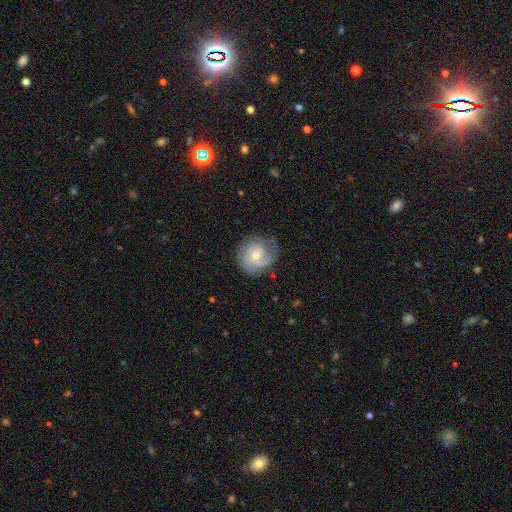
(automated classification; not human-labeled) A featured or disk galaxy (60%) with no bar (64%), spiral arms (85%) and a small central bulge (55%). Merging: none (66%).